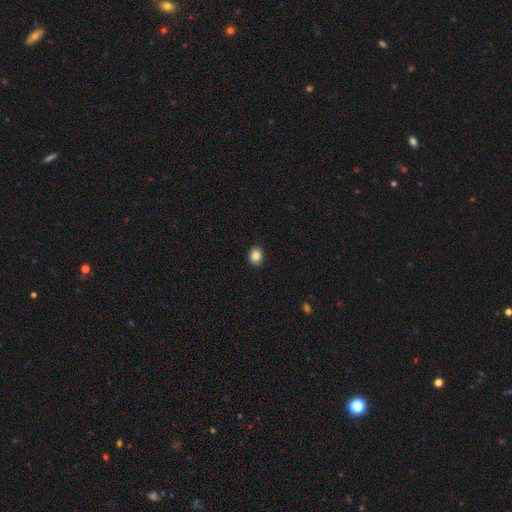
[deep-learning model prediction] Smooth or featured: smooth — 86% (star or artifact — 9%)
How rounded: round — 51% (in between — 48%)
Merging: none — 91% (minor disturbance — 6%)